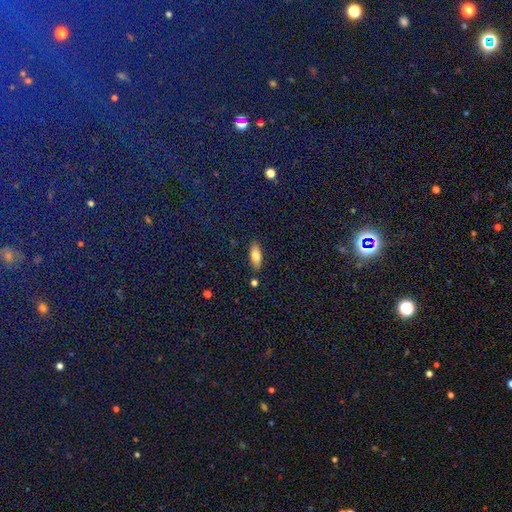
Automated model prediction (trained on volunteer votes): Smooth or featured?
  - smooth: 78% *
  - featured or disk: 15%
  - star or artifact: 8%
How rounded?
  - in between: 82% *
  - cigar-shaped: 15%
  - round: 3%
Merging?
  - none: 86% *
  - minor disturbance: 10%
  - merger: 2%
  - major disturbance: 2%